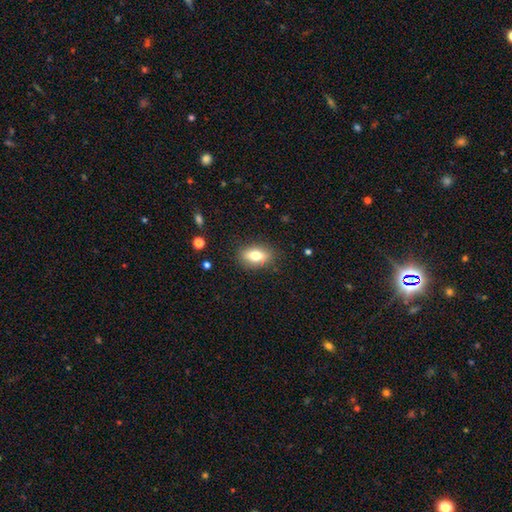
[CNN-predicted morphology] A smooth galaxy with no disk features (73%) that is in between round and cigar-shaped (82%).

Vote fractions:
- Smooth or featured? smooth: 73% / featured or disk: 18% / star or artifact: 9%
- How rounded? in between: 82% / round: 12% / cigar-shaped: 6%
- Merging? none: 84% / minor disturbance: 11% / major disturbance: 3% / merger: 1%